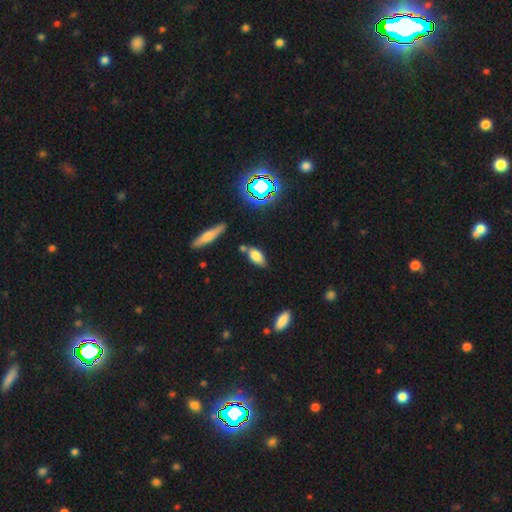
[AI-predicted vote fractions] smooth-or-featured: smooth: 74% | star or artifact: 13% | featured or disk: 12%
  how-rounded: in between: 86% | cigar-shaped: 10% | round: 4%
  merging: none: 68% | minor disturbance: 17% | merger: 10% | major disturbance: 4%